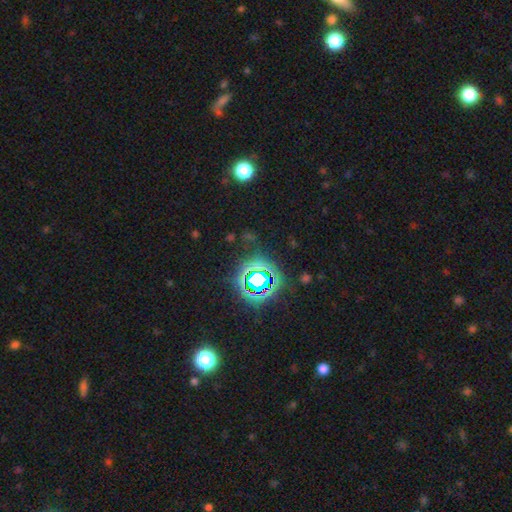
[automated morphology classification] type=star or artifact (77%).